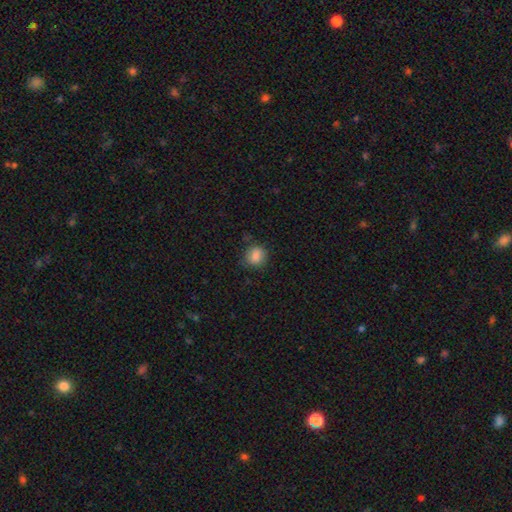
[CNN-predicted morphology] Smooth or featured?
  - smooth: 85% *
  - star or artifact: 9%
  - featured or disk: 6%
How rounded?
  - round: 68% *
  - in between: 31%
  - cigar-shaped: 1%
Merging?
  - none: 76% *
  - minor disturbance: 18%
  - major disturbance: 5%
  - merger: 2%